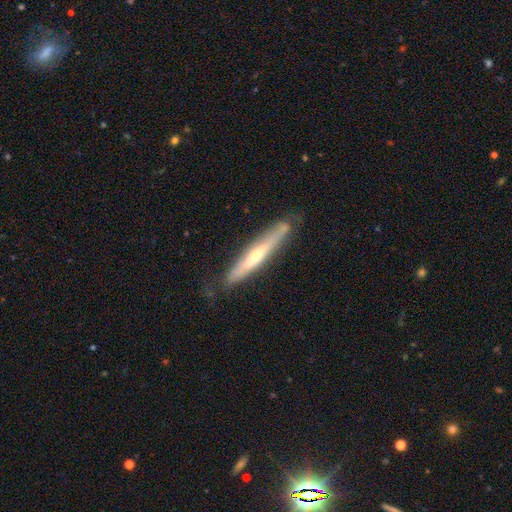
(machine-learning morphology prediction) Smooth or featured? Predicted: featured or disk (p=0.65). Edge-on disk? Predicted: yes (p=0.90). Edge-on bulge? Predicted: rounded (p=0.76). Merging? Predicted: none (p=0.82).